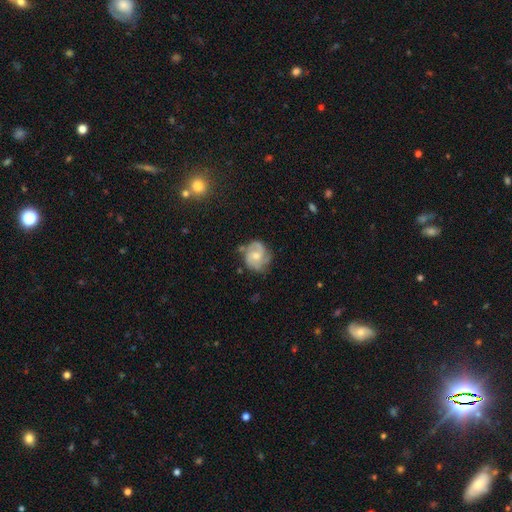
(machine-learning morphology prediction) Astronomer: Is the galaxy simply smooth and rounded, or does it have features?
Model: featured or disk — 75%.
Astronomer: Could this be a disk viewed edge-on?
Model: no — 98%.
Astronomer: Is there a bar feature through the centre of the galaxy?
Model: no — 60%.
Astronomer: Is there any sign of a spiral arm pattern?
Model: yes — 93%.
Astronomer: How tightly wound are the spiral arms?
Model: medium — 46% (runner-up: tight, 39%).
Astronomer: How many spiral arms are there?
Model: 2 — 54%.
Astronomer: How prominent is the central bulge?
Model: moderate — 56% (runner-up: small, 34%).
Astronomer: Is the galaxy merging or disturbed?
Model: none — 66%.